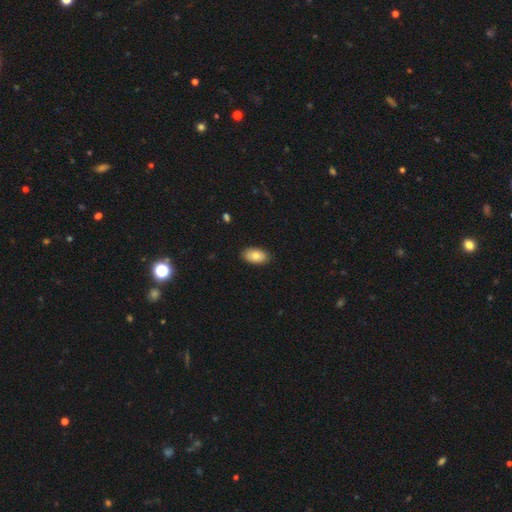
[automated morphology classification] Overall: smooth (80%). How rounded: in between (94%). Merging: none (88%).